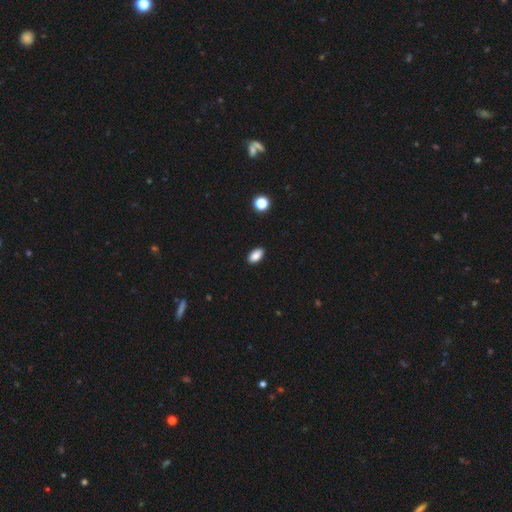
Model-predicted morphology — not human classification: Smooth or featured? smooth (87%)
How rounded? in between (92%)
Merging? none (90%)